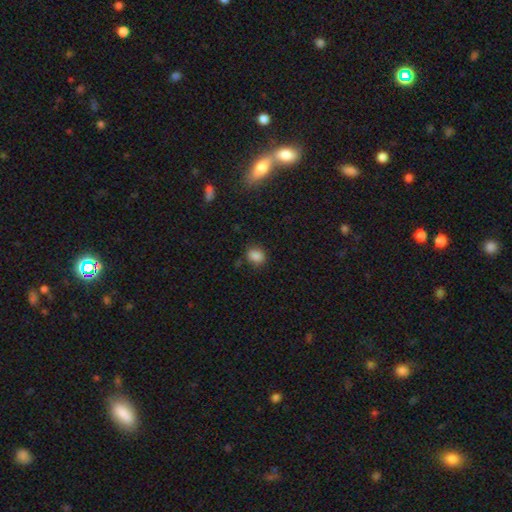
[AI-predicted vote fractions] Smooth or featured: smooth — 85% (star or artifact — 11%)
How rounded: round — 59% (in between — 40%)
Merging: none — 79% (minor disturbance — 15%)